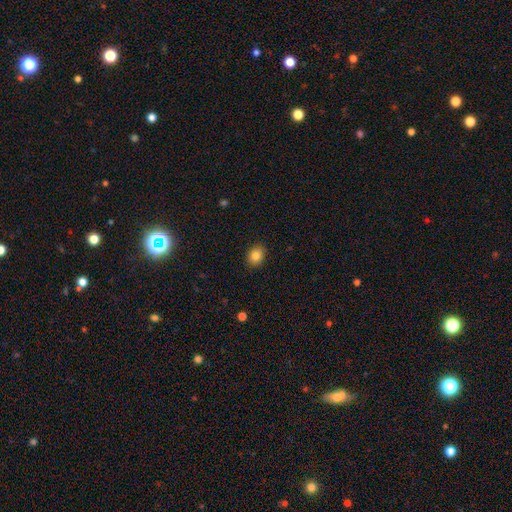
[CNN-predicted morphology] Smooth or featured: smooth — 84% (star or artifact — 10%)
How rounded: in between — 53% (round — 46%)
Merging: none — 89% (minor disturbance — 8%)